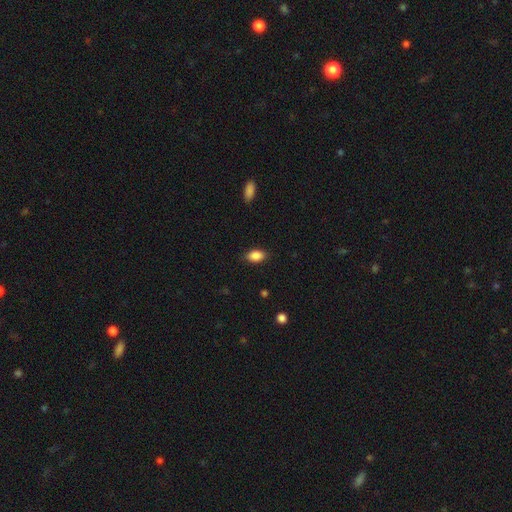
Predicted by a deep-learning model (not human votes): smooth-or-featured: smooth: 88% | star or artifact: 8% | featured or disk: 4%
  how-rounded: in between: 89% | round: 8% | cigar-shaped: 2%
  merging: none: 84% | minor disturbance: 12% | major disturbance: 3% | merger: 1%